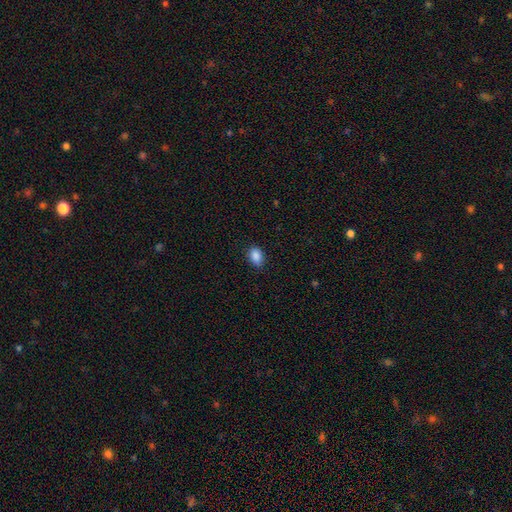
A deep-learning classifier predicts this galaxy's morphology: This appears to be a smooth galaxy with no disk features (88%) that is in between round and cigar-shaped (80%). Merging: none (82%).